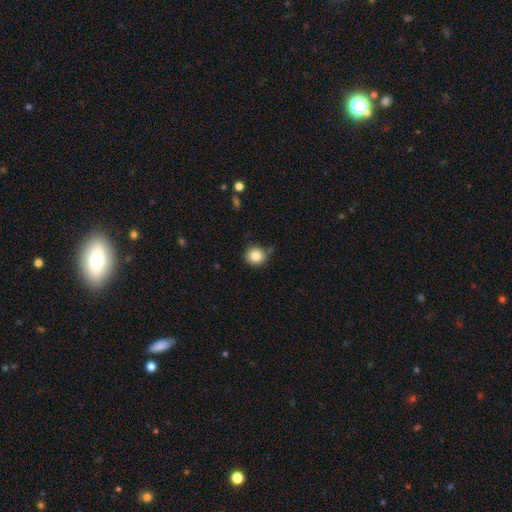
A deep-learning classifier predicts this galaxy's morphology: Q: Smooth or featured?
A: smooth (83%); runner-up: star or artifact (10%)
Q: How rounded?
A: round (93%); runner-up: in between (6%)
Q: Merging?
A: none (81%); runner-up: minor disturbance (12%)